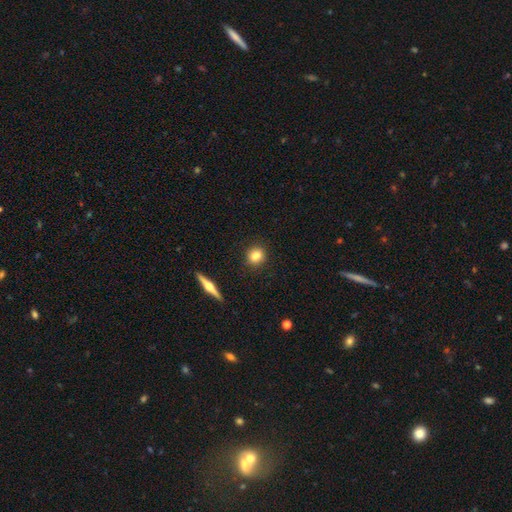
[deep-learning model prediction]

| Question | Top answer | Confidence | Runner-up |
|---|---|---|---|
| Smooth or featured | smooth | 80% | featured or disk (12%) |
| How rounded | round | 80% | in between (17%) |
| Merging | none | 90% | minor disturbance (7%) |